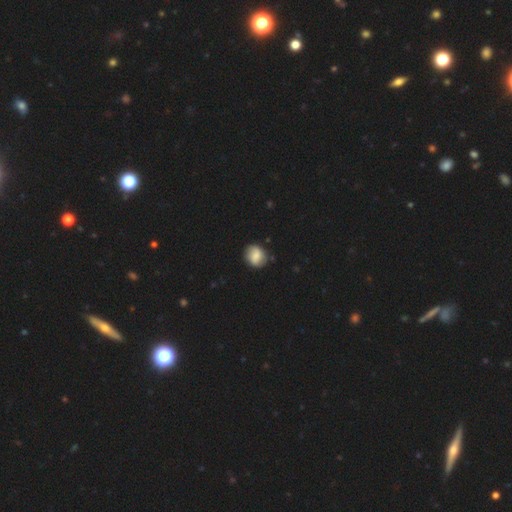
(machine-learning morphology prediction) A smooth galaxy with no disk features (64%) that is round (75%). Merging: none (80%).